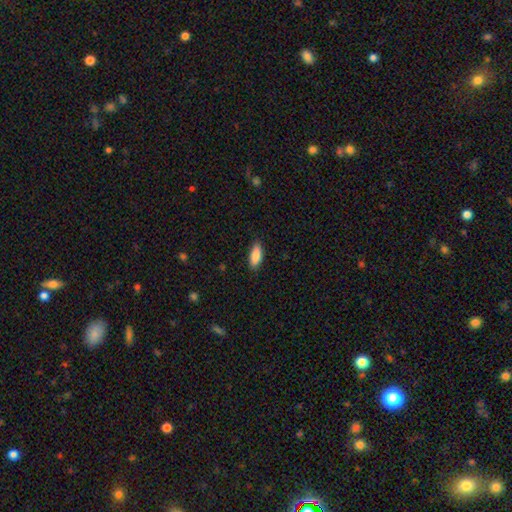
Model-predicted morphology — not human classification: A smooth galaxy with no disk features (86%) that is in between round and cigar-shaped (79%).

Vote fractions:
- Smooth or featured? smooth: 86% / featured or disk: 7% / star or artifact: 6%
- How rounded? in between: 79% / cigar-shaped: 20% / round: 2%
- Merging? none: 85% / minor disturbance: 12% / major disturbance: 2% / merger: 1%